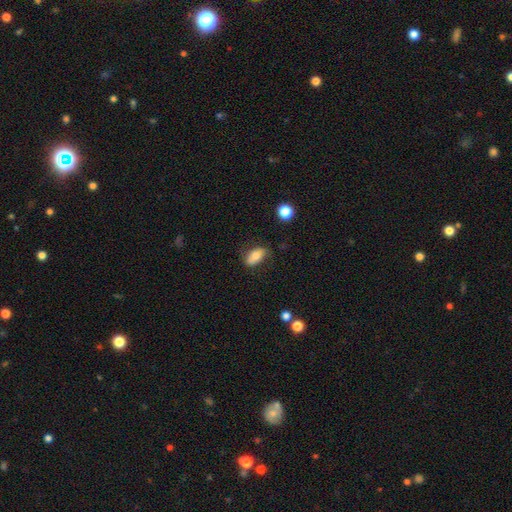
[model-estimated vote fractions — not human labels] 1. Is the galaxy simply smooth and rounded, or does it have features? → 74% smooth, 18% featured or disk, 8% star or artifact.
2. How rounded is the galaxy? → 89% in between, 6% cigar-shaped, 5% round.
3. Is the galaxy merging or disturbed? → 72% none, 20% minor disturbance, 5% major disturbance, 3% merger.